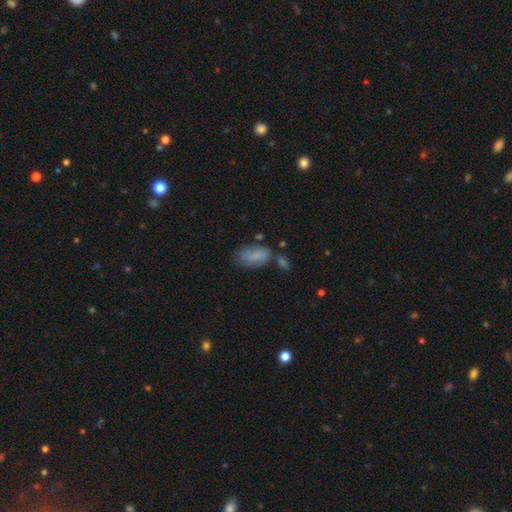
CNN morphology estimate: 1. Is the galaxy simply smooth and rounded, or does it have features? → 78% smooth, 14% featured or disk, 8% star or artifact.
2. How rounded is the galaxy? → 91% in between, 5% cigar-shaped, 4% round.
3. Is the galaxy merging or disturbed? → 50% none, 26% minor disturbance, 14% merger, 10% major disturbance.